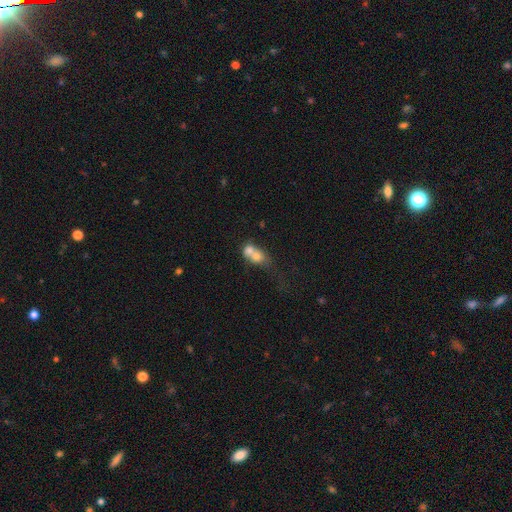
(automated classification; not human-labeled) Smooth or featured?
  - smooth: 66% *
  - featured or disk: 24%
  - star or artifact: 10%
How rounded?
  - round: 50% *
  - in between: 47%
  - cigar-shaped: 3%
Merging?
  - merger: 72% *
  - none: 16%
  - minor disturbance: 6%
  - major disturbance: 6%